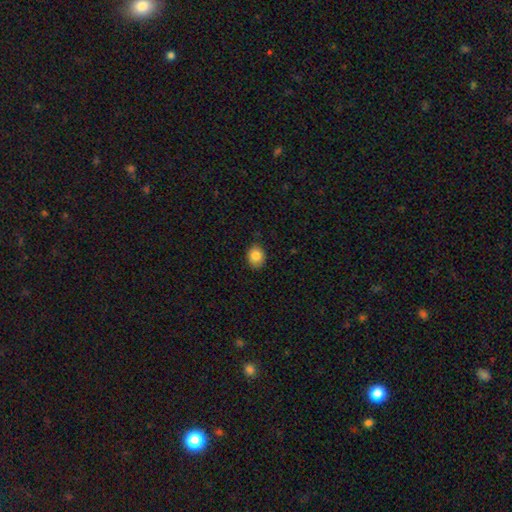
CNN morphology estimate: A smooth galaxy with no disk features (85%) that is round (53%). Merging: none (86%).